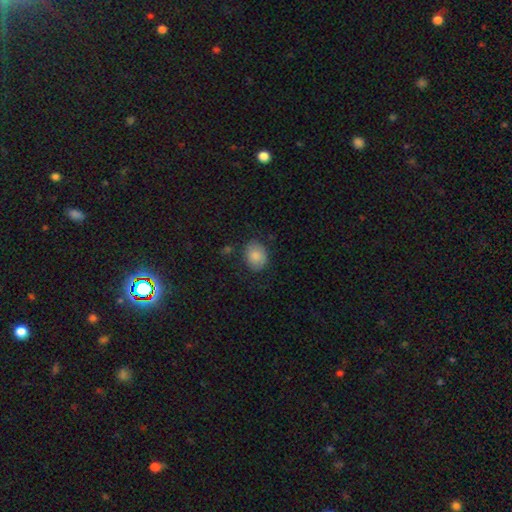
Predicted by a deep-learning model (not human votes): smooth-or-featured: smooth: 84% | featured or disk: 8% | star or artifact: 8%
  how-rounded: in between: 55% | round: 44% | cigar-shaped: 1%
  merging: none: 78% | minor disturbance: 16% | major disturbance: 4% | merger: 2%